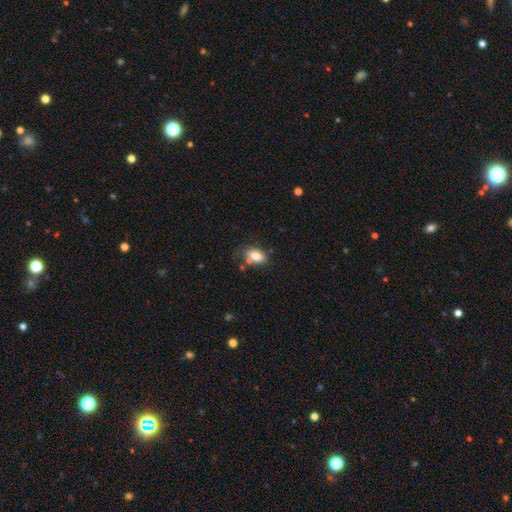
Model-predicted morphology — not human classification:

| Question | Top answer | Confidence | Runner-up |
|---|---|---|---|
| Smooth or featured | smooth | 82% | featured or disk (9%) |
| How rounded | in between | 87% | round (11%) |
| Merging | none | 63% | minor disturbance (20%) |